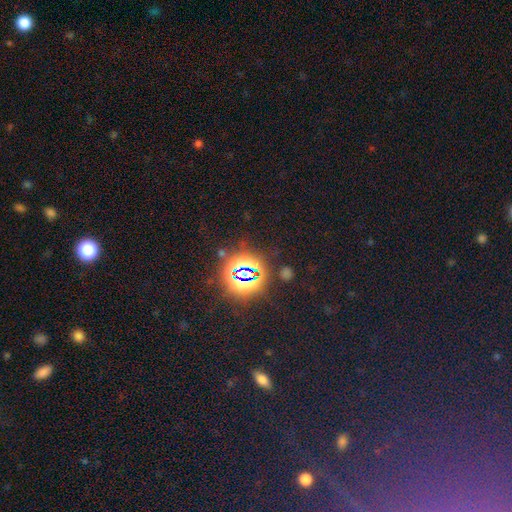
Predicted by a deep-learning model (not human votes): Morphology: type=star or artifact (76%).